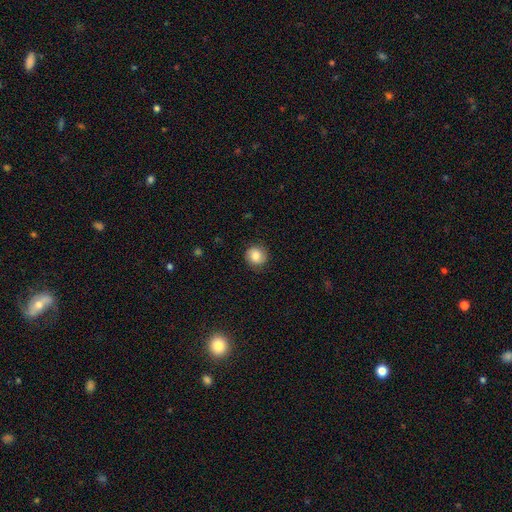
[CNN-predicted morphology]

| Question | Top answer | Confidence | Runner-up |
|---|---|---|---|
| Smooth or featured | smooth | 75% | featured or disk (15%) |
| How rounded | round | 89% | in between (10%) |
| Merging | none | 85% | minor disturbance (11%) |